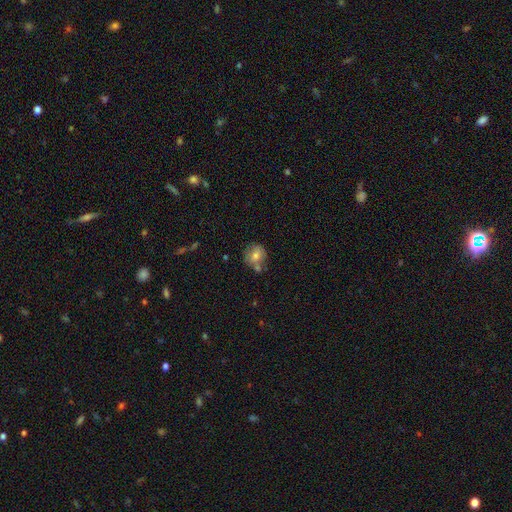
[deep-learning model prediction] Smooth or featured: smooth — 65% (featured or disk — 24%)
How rounded: round — 76% (in between — 22%)
Merging: none — 60% (merger — 18%)